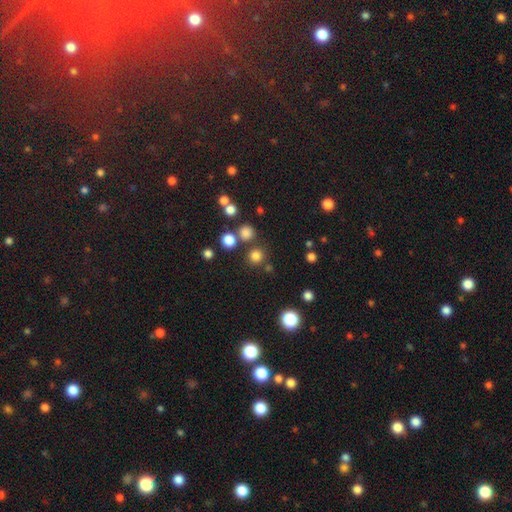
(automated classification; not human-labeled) Overall: smooth (78%). How rounded: round (93%). Merging: none (81%).